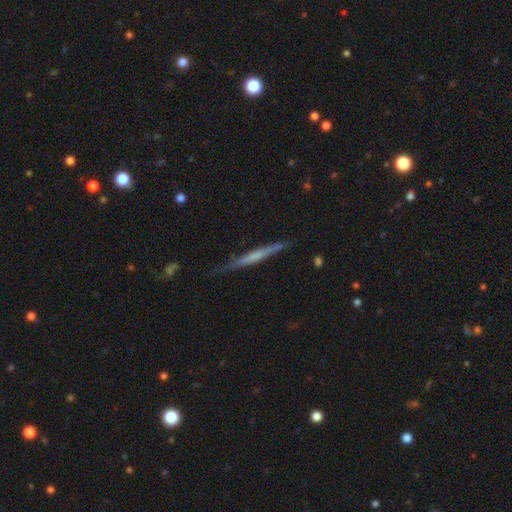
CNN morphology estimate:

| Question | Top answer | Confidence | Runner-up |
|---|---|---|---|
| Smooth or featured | featured or disk | 53% | smooth (40%) |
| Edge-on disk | yes | 95% | no (5%) |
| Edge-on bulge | none | 66% | rounded (17%) |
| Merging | none | 77% | minor disturbance (17%) |